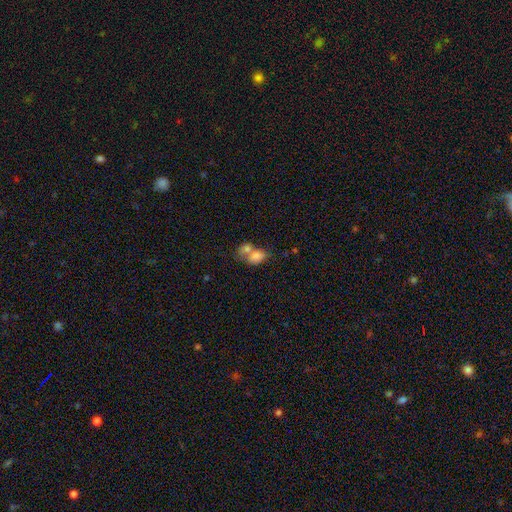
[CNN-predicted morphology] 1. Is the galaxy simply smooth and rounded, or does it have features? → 77% smooth, 15% featured or disk, 8% star or artifact.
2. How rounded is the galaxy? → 76% in between, 23% round, 1% cigar-shaped.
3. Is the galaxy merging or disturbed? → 66% merger, 20% none, 8% minor disturbance, 5% major disturbance.